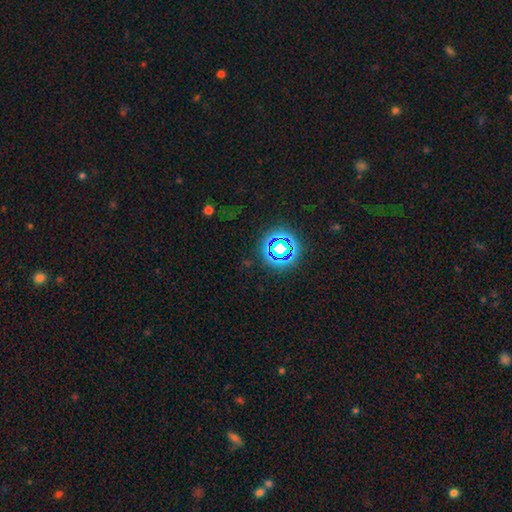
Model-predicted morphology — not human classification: Smooth or featured? star or artifact (62%)